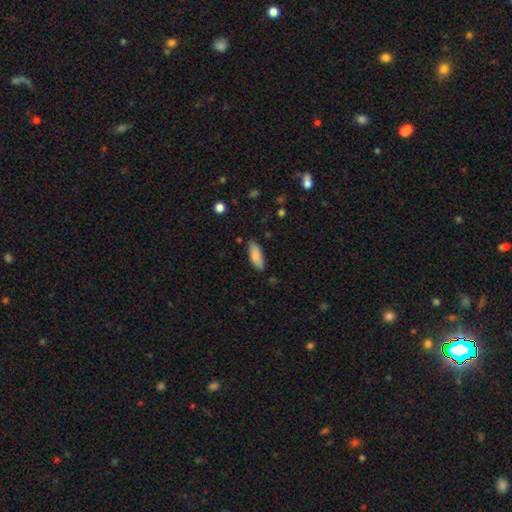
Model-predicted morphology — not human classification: The model was most divided on "how rounded": in between: 71%, cigar-shaped: 27%, round: 2%. More confident: smooth or featured — smooth (85%); merging — none (82%).